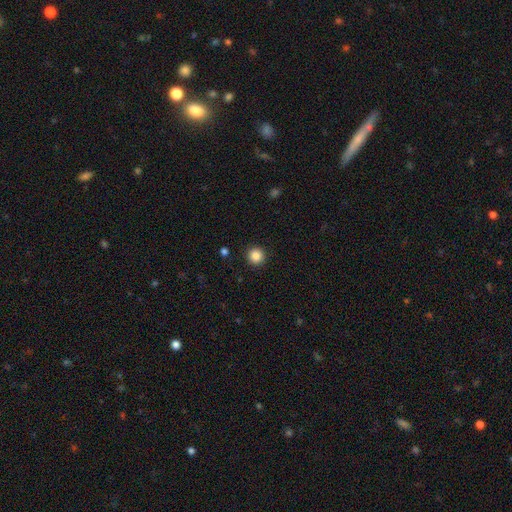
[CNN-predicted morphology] This is clearly a smooth galaxy (86%). How rounded: clearly round (96%). Merging: clearly none (92%).